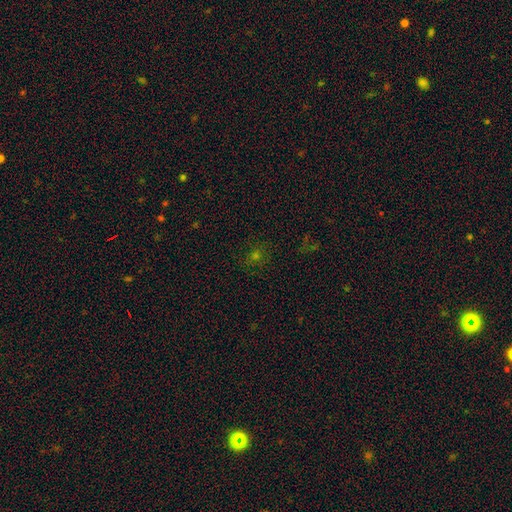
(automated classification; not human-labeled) Smooth or featured?
  - star or artifact: 47% *
  - smooth: 41%
  - featured or disk: 12%